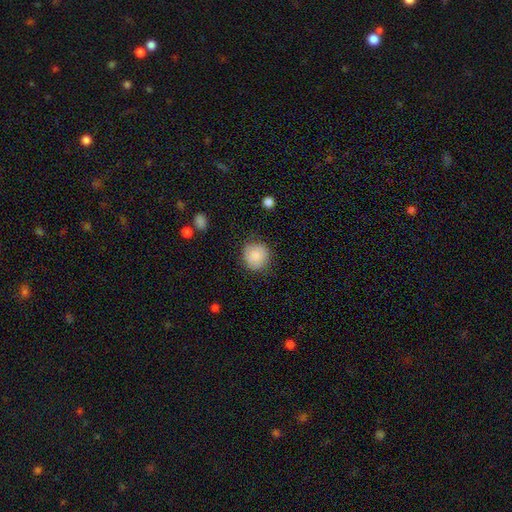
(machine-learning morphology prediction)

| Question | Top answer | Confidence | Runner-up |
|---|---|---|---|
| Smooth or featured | smooth | 85% | star or artifact (7%) |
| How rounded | round | 89% | in between (10%) |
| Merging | none | 79% | minor disturbance (16%) |